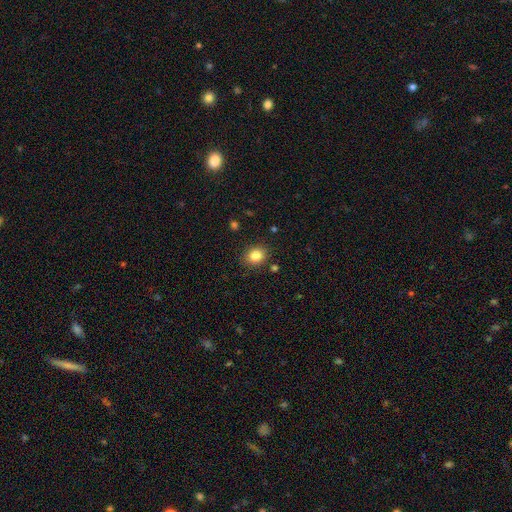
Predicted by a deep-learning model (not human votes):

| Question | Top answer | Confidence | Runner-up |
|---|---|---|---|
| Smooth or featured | smooth | 84% | star or artifact (10%) |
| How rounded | round | 61% | in between (38%) |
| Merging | none | 86% | minor disturbance (9%) |